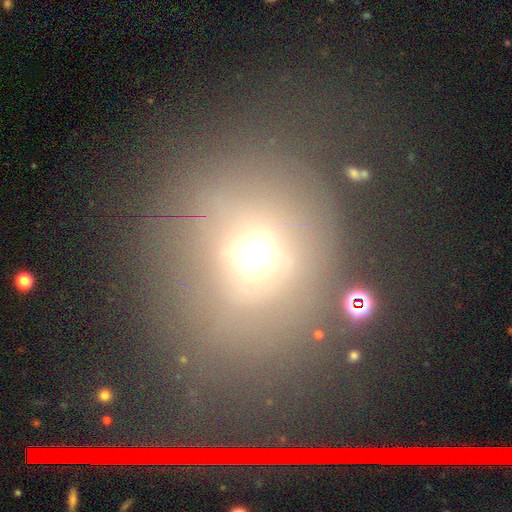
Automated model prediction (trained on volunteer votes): Smooth or featured: smooth — 58% (star or artifact — 22%)
How rounded: round — 75% (in between — 23%)
Merging: none — 64% (minor disturbance — 16%)